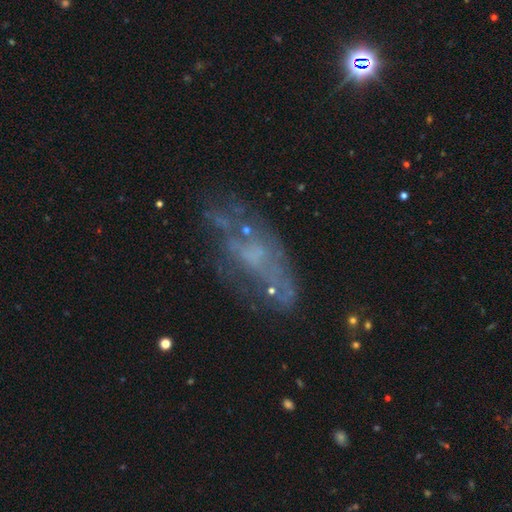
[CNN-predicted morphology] type=featured or disk (63%); edge-on=no (88%); bar=no (79%); spiral arms=no (64%); bulge=none (43%); merging=none (58%).